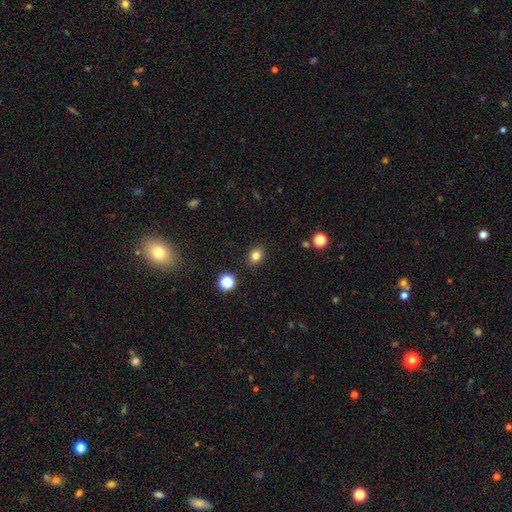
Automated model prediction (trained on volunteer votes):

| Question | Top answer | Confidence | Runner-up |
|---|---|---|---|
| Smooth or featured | smooth | 80% | star or artifact (13%) |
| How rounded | round | 60% | in between (39%) |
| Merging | none | 89% | minor disturbance (7%) |